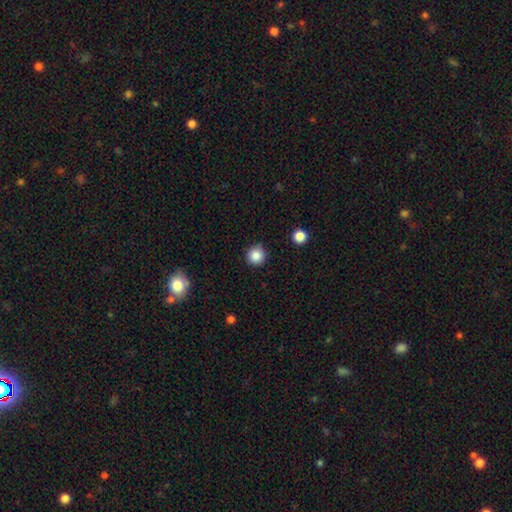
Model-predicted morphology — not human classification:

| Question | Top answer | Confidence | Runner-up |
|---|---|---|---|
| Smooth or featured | smooth | 85% | star or artifact (11%) |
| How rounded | round | 94% | in between (5%) |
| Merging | none | 88% | minor disturbance (9%) |